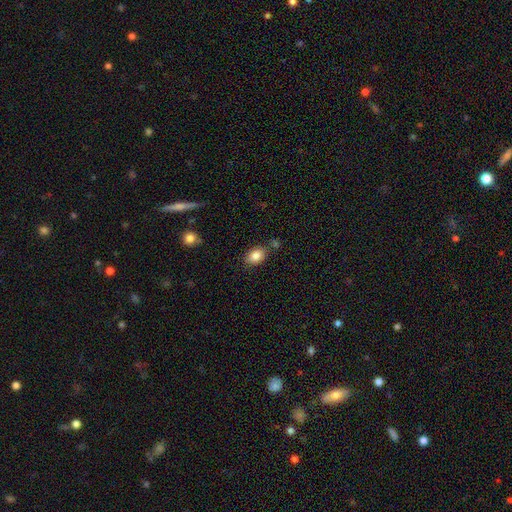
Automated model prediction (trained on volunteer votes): A smooth galaxy with no disk features (85%) that is in between round and cigar-shaped (77%). Merging: none (75%).